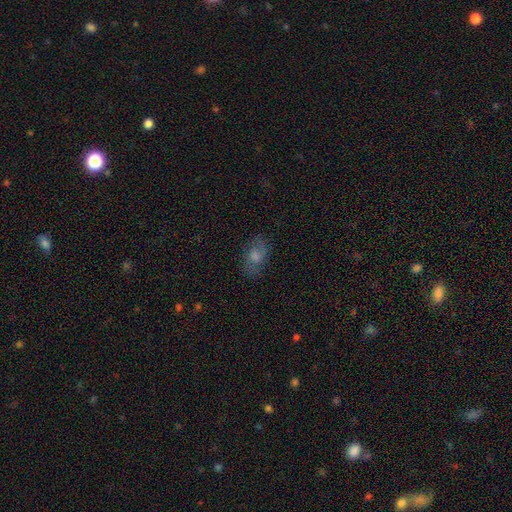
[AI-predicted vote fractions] Smooth or featured: smooth — 59% (featured or disk — 28%)
How rounded: in between — 86% (round — 11%)
Merging: none — 71% (minor disturbance — 19%)